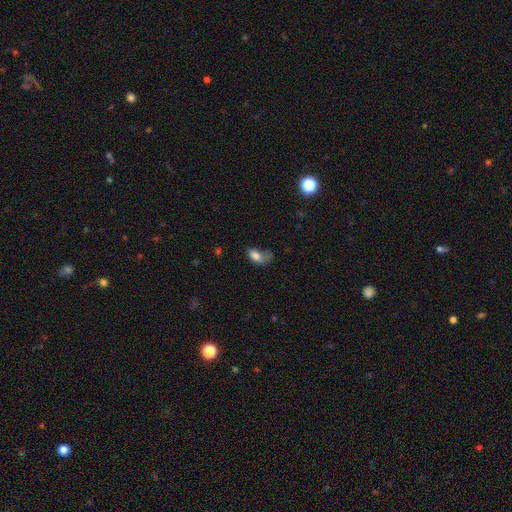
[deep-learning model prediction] Morphology: type=smooth (75%); roundness=in between (89%); merging=major disturbance (38%).